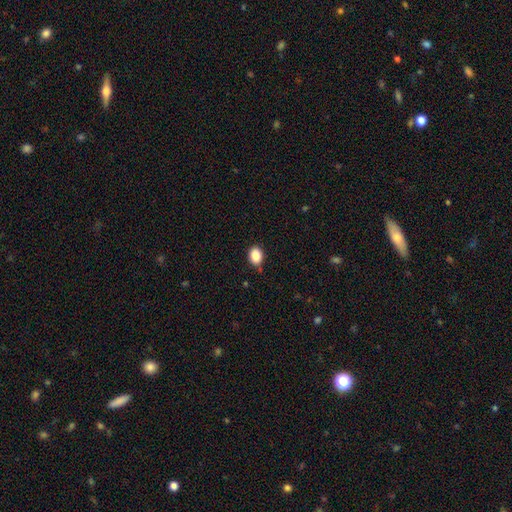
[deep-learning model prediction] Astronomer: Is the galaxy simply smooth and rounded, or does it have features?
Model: smooth — 87%.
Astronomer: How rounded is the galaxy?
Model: in between — 62% (runner-up: round, 37%).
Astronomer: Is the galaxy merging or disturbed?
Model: none — 80%.